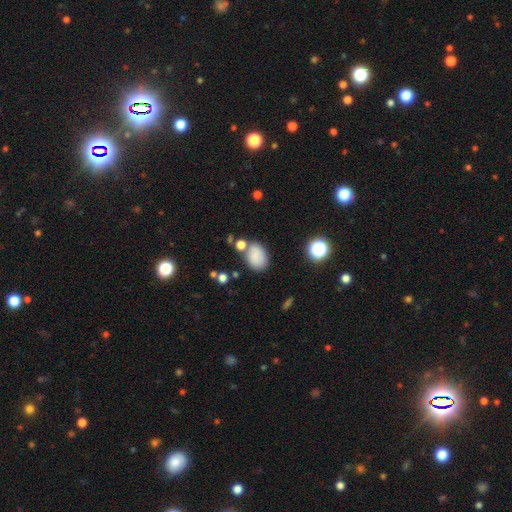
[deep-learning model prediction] This appears to be a smooth galaxy with no disk features (82%) that is in between round and cigar-shaped (74%). Merging: none (67%).